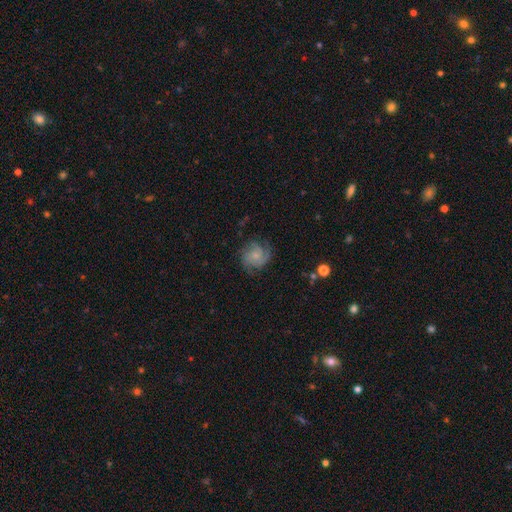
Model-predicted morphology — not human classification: Smooth or featured? featured or disk (74%)
Edge-on disk? no (98%)
Bar? no (74%)
Spiral arms? yes (95%)
Spiral winding? tight (49%)
Spiral arm count? 3 (37%)
Bulge size? small (59%)
Merging? none (72%)